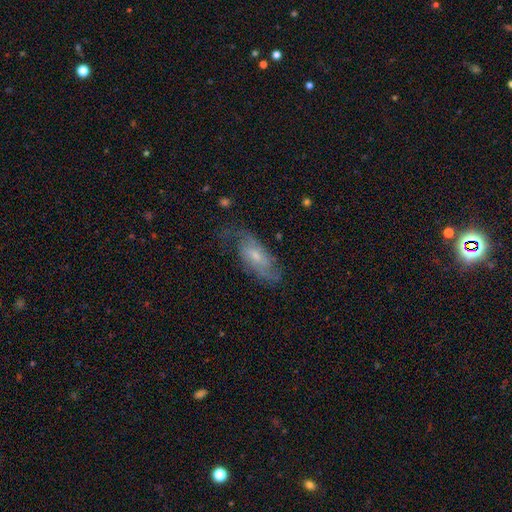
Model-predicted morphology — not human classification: Smooth or featured: featured or disk — 75% (smooth — 19%)
Edge-on disk: no — 91% (yes — 9%)
Bar: no — 51% (weak — 40%)
Spiral arms: yes — 92% (no — 8%)
Spiral winding: medium — 45% (tight — 31%)
Spiral arm count: 2 — 64% (can't tell — 20%)
Bulge size: small — 60% (moderate — 33%)
Merging: none — 66% (minor disturbance — 21%)